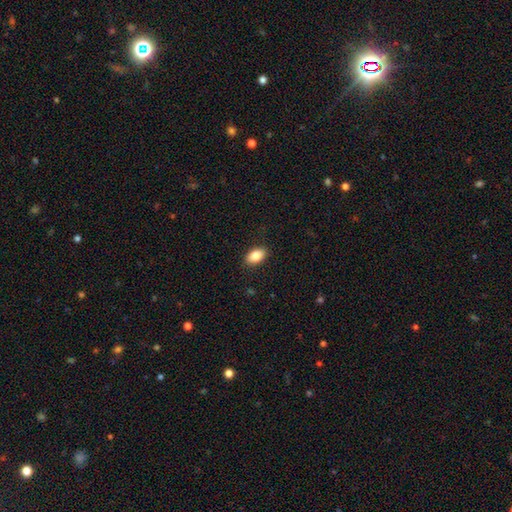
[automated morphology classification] This is clearly a smooth galaxy (85%). How rounded: clearly in between (91%). Merging: clearly none (88%).